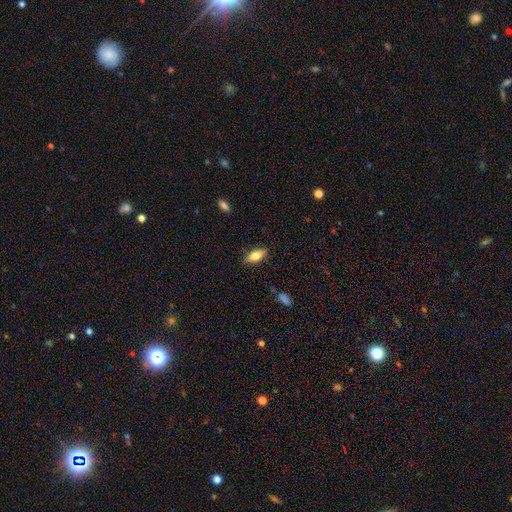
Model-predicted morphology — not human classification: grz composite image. It shows a smooth galaxy with no disk features (74%) that is in between round and cigar-shaped (80%). Merging: none (84%).